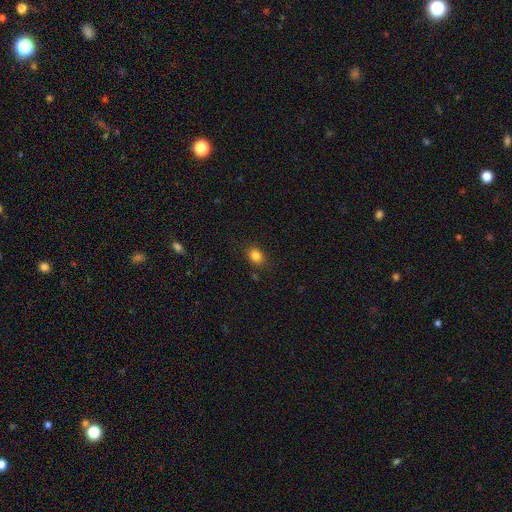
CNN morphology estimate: A smooth galaxy with no disk features (84%) that is in between round and cigar-shaped (62%).

Vote fractions:
- Smooth or featured? smooth: 84% / star or artifact: 11% / featured or disk: 6%
- How rounded? in between: 62% / round: 37% / cigar-shaped: 1%
- Merging? none: 85% / minor disturbance: 11% / major disturbance: 3% / merger: 2%